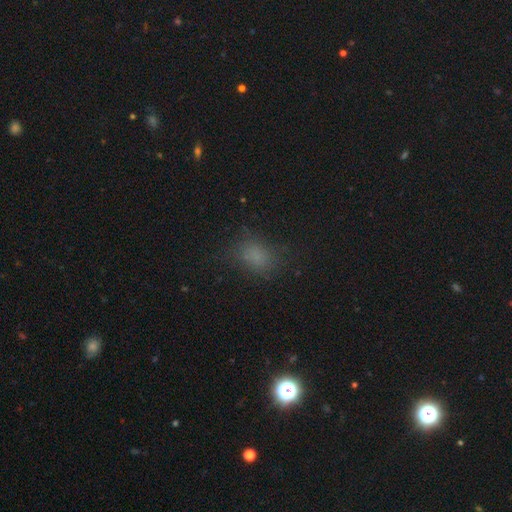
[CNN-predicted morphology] Q: Smooth or featured?
A: smooth (74%); runner-up: star or artifact (17%)
Q: How rounded?
A: in between (61%); runner-up: round (36%)
Q: Merging?
A: none (70%); runner-up: minor disturbance (18%)